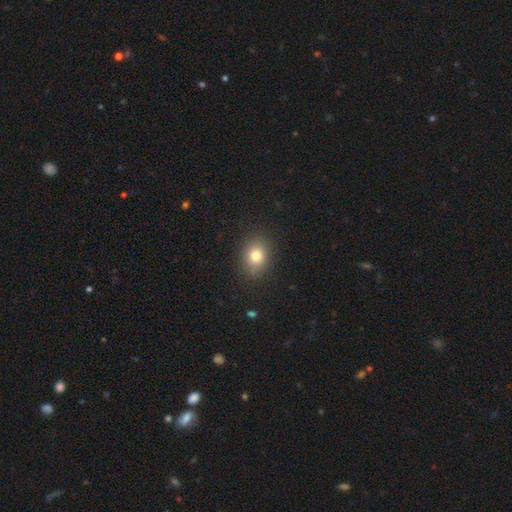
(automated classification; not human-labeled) Smooth or featured? Predicted: smooth (p=0.79). How rounded? Predicted: round (p=0.52). Merging? Predicted: none (p=0.86).